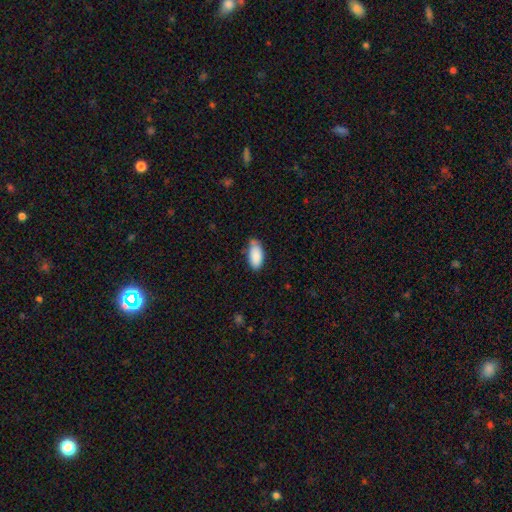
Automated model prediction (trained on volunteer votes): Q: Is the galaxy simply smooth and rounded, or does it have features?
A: smooth — 89%.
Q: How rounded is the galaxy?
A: in between — 93%.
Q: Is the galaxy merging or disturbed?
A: none — 67%.